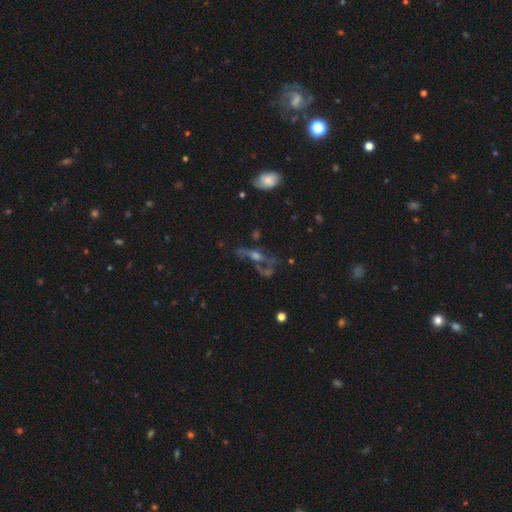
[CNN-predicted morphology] Smooth or featured: featured or disk — 61% (star or artifact — 22%)
Edge-on disk: no — 66% (yes — 34%)
Merging: none — 43% (major disturbance — 26%)